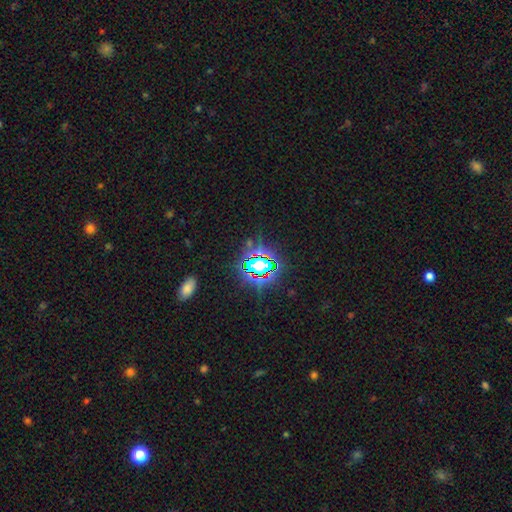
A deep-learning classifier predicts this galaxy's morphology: Smooth or featured?
  - star or artifact: 79% *
  - smooth: 13%
  - featured or disk: 8%